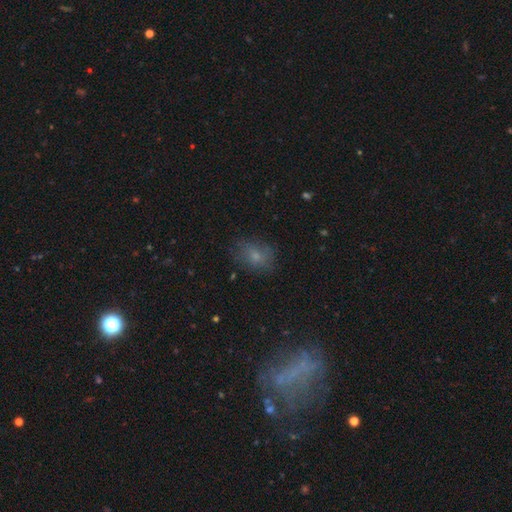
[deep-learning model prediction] A smooth galaxy with no disk features (69%) that is in between round and cigar-shaped (64%). Merging: none (68%).